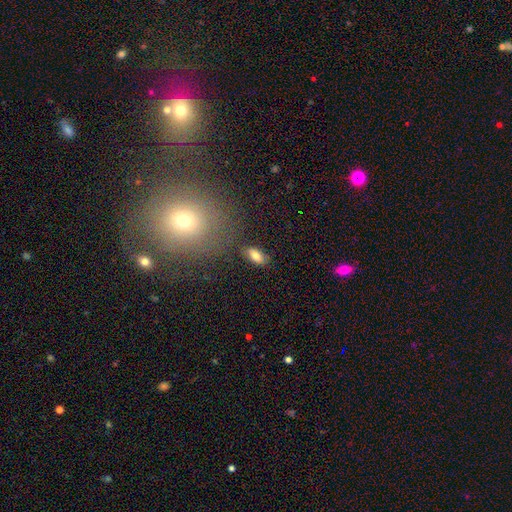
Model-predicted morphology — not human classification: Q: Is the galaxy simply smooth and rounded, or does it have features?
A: smooth — 76%.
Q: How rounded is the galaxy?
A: in between — 86%.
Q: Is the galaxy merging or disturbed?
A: none — 81%.